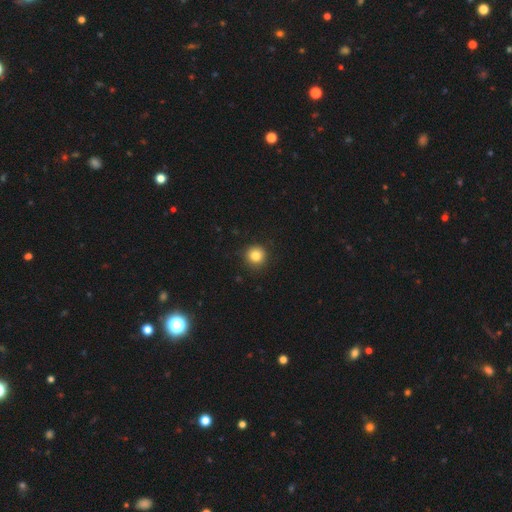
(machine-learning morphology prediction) A smooth galaxy with no disk features (84%) that is round (94%).

Vote fractions:
- Smooth or featured? smooth: 84% / star or artifact: 11% / featured or disk: 5%
- How rounded? round: 94% / in between: 5% / cigar-shaped: 1%
- Merging? none: 90% / minor disturbance: 7% / major disturbance: 2% / merger: 1%